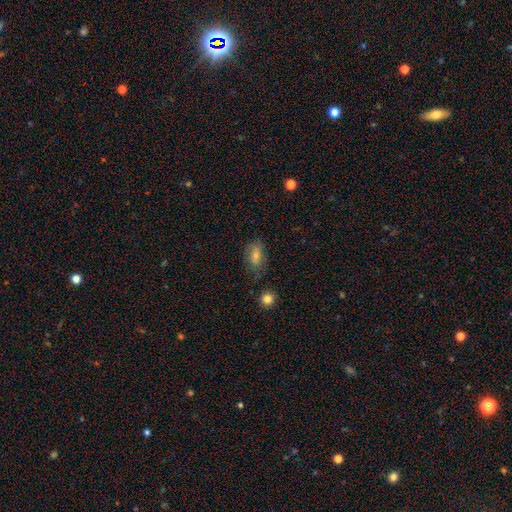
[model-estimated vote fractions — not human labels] A smooth galaxy with no disk features (57%) that is in between round and cigar-shaped (81%). Merging: none (71%).